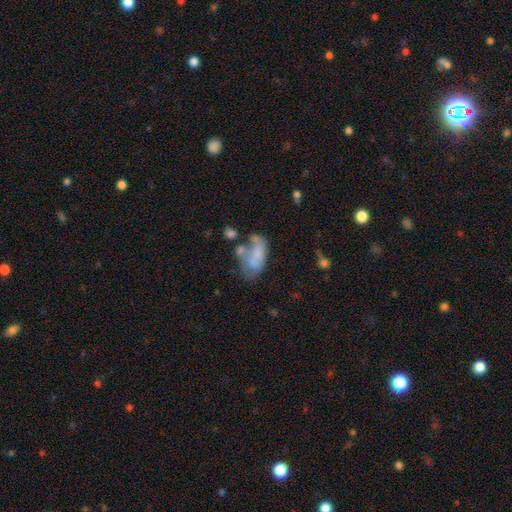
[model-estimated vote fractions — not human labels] smooth 52%, featured or disk 38%, star or artifact 10%. Down the decision tree: how rounded — in between (90%); merging — none (27%, tied with merger).